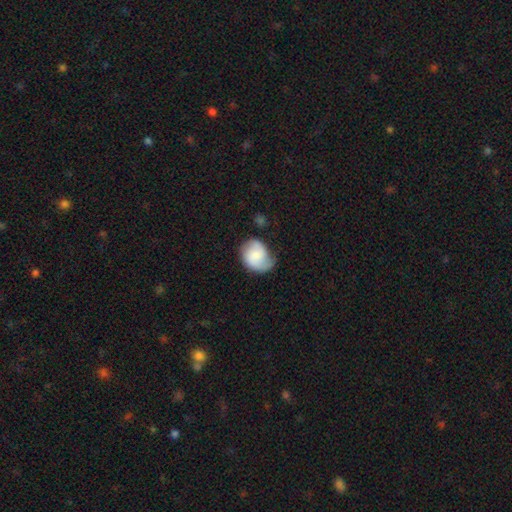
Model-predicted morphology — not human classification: A smooth galaxy with no disk features (50%). Merging: none (49%).